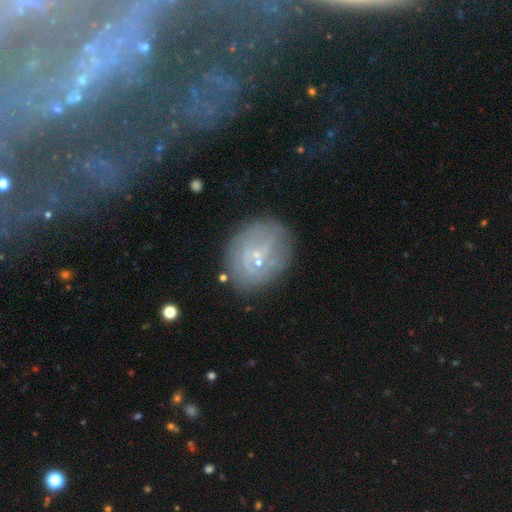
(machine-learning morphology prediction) smooth-or-featured: featured or disk: 66% | smooth: 25% | star or artifact: 9%
  disk-edge-on: no: 97% | yes: 3%
    bar: no: 62% | weak: 31% | strong: 7%
    has-spiral-arms: yes: 69% | no: 31%
    bulge-size: small: 81% | moderate: 11% | none: 6% | large: 1% | dominant: 1%
  merging: none: 63% | minor disturbance: 19% | major disturbance: 9% | merger: 9%